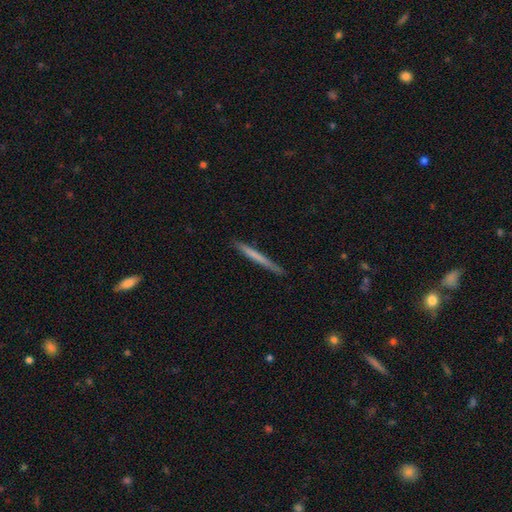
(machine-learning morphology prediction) Smooth or featured?
  - smooth: 59% *
  - featured or disk: 36%
  - star or artifact: 5%
How rounded?
  - cigar-shaped: 97% *
  - in between: 2%
  - round: 1%
Merging?
  - none: 90% *
  - minor disturbance: 7%
  - major disturbance: 1%
  - merger: 1%